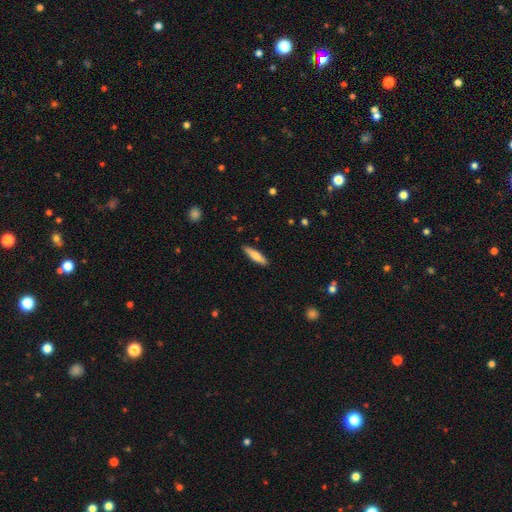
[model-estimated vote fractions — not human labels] Smooth or featured?
  - smooth: 76% *
  - featured or disk: 18%
  - star or artifact: 6%
How rounded?
  - cigar-shaped: 78% *
  - in between: 21%
  - round: 1%
Merging?
  - none: 89% *
  - minor disturbance: 8%
  - major disturbance: 2%
  - merger: 1%